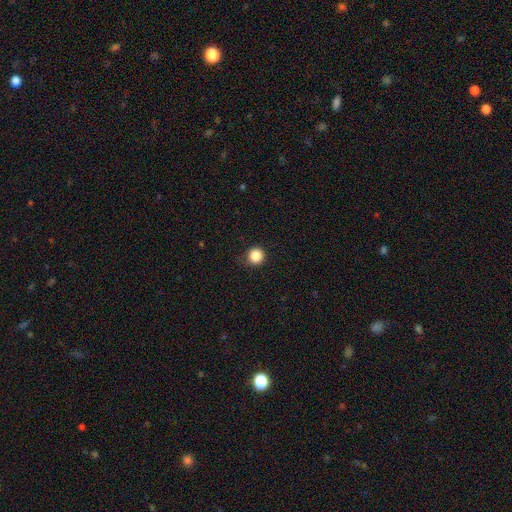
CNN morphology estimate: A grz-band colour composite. It shows a smooth galaxy with no disk features (86%) that is round (95%). Merging: none (87%).